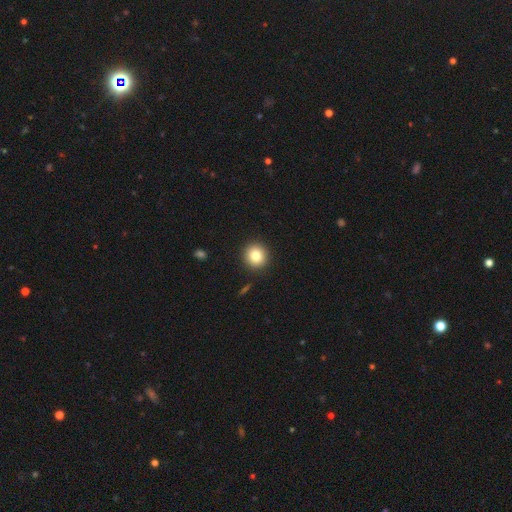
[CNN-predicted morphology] Smooth or featured?
  - smooth: 83% *
  - star or artifact: 10%
  - featured or disk: 7%
How rounded?
  - round: 92% *
  - in between: 7%
  - cigar-shaped: 1%
Merging?
  - none: 91% *
  - minor disturbance: 6%
  - major disturbance: 2%
  - merger: 1%